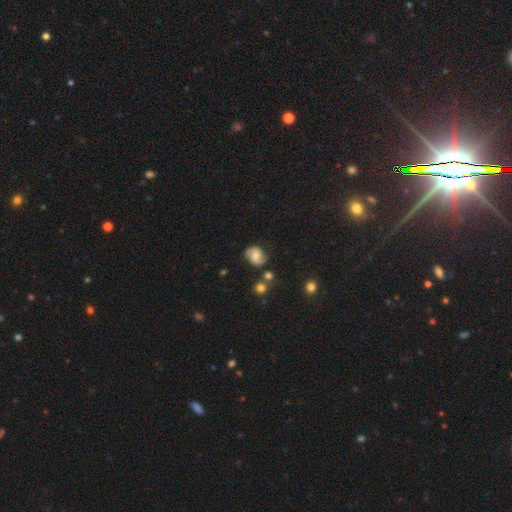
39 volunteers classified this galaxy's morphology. Smooth or featured? 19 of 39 (49%, tied with featured or disk) said smooth. How rounded? 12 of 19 (63%) said round. Merging? 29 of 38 (76%) said none.